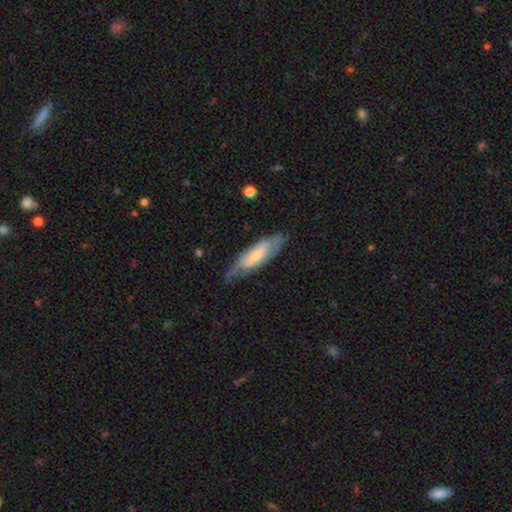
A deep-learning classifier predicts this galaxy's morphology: This appears to be a featured or disk galaxy (61%). Merging: none (59%).